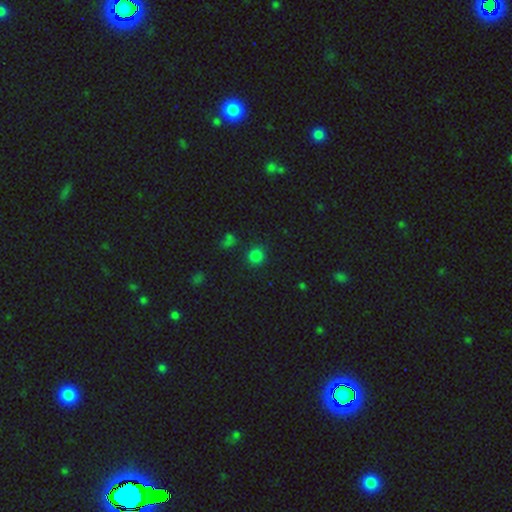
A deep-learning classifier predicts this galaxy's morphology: Smooth or featured? Predicted: smooth (p=0.77). How rounded? Predicted: round (p=0.89). Merging? Predicted: none (p=0.82).